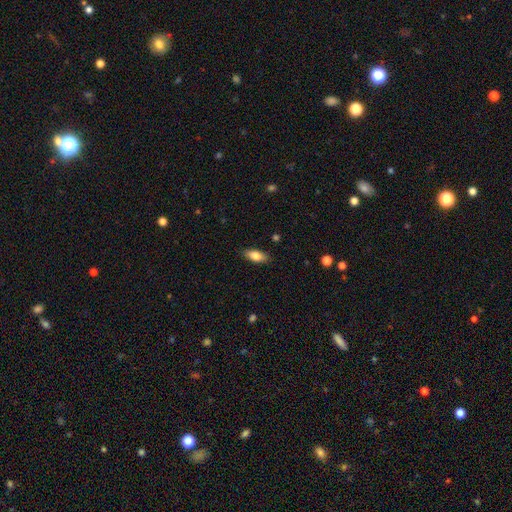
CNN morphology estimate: Smooth or featured: smooth — 78% (featured or disk — 15%)
How rounded: in between — 80% (cigar-shaped — 17%)
Merging: none — 87% (minor disturbance — 10%)